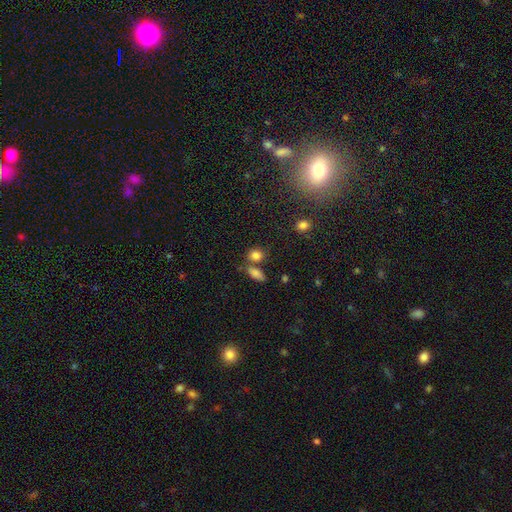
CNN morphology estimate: Overall: smooth (82%). How rounded: in between (50%; round 47%). Merging: none (59%; merger 25%).